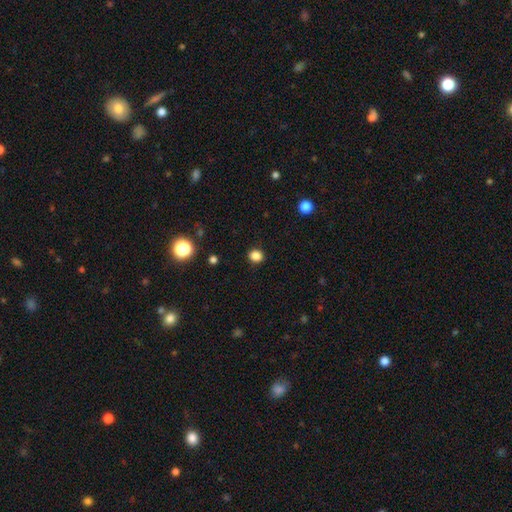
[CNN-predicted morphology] type=smooth (84%); roundness=round (72%); merging=none (90%).